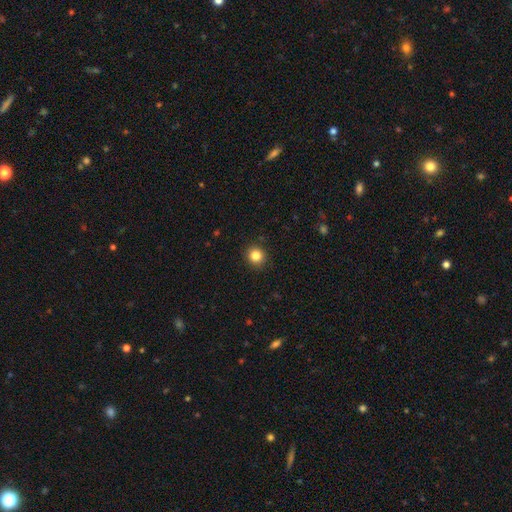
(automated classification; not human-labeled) Smooth or featured: smooth — 84% (star or artifact — 11%)
How rounded: round — 90% (in between — 9%)
Merging: none — 91% (minor disturbance — 6%)